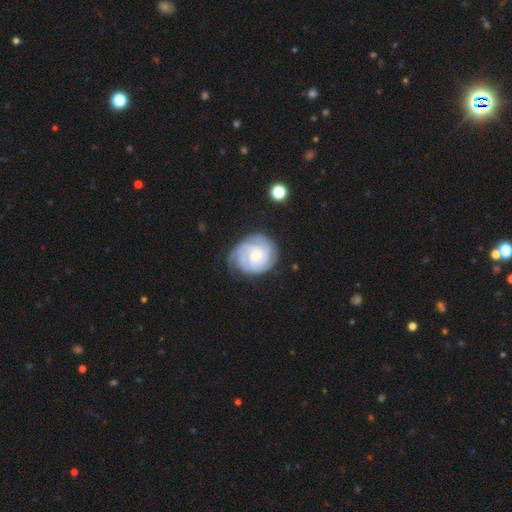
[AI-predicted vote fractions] Smooth or featured? featured or disk (81%)
Edge-on disk? no (98%)
Bar? no (64%)
Spiral arms? yes (96%)
Spiral winding? tight (70%)
Spiral arm count? can't tell (30%)
Bulge size? small (43%)
Merging? none (65%)